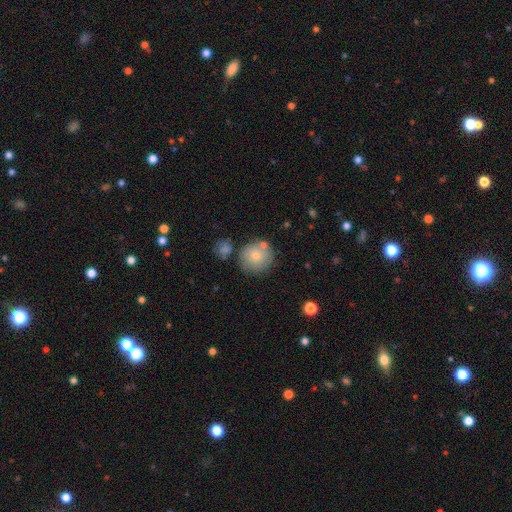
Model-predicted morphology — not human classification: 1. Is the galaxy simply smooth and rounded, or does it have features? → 79% smooth, 14% featured or disk, 7% star or artifact.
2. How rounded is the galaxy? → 92% round, 7% in between, 1% cigar-shaped.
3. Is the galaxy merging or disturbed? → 69% none, 14% minor disturbance, 13% merger, 4% major disturbance.